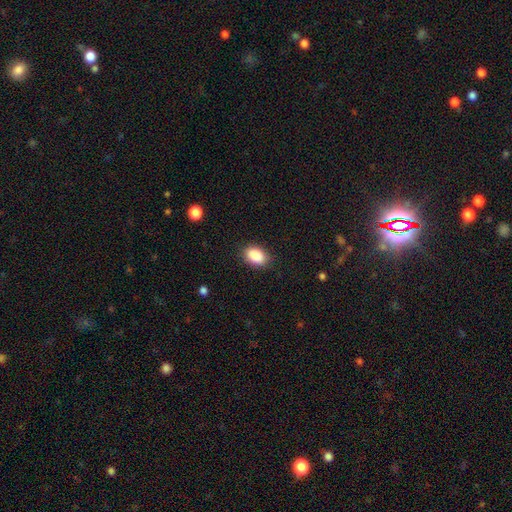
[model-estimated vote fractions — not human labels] Smooth or featured?
  - smooth: 89% *
  - star or artifact: 7%
  - featured or disk: 3%
How rounded?
  - in between: 87% *
  - round: 11%
  - cigar-shaped: 1%
Merging?
  - none: 86% *
  - minor disturbance: 10%
  - major disturbance: 3%
  - merger: 1%